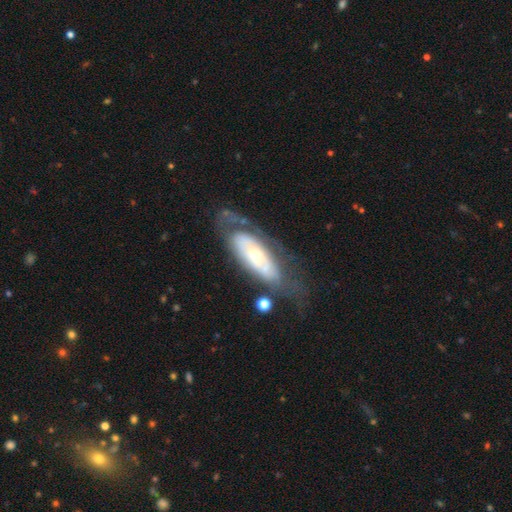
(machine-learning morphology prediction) This appears to be a featured or disk galaxy (65%) with no bar (84%), no spiral arms (60%) and a small central bulge (56%). Merging: none (51%).